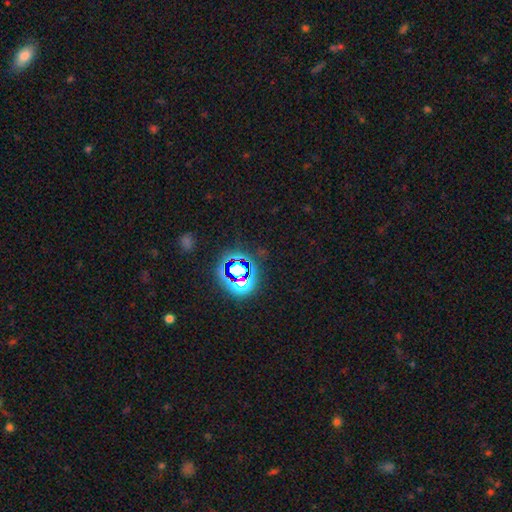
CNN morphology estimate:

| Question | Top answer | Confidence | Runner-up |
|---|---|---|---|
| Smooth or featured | star or artifact | 75% | smooth (17%) |